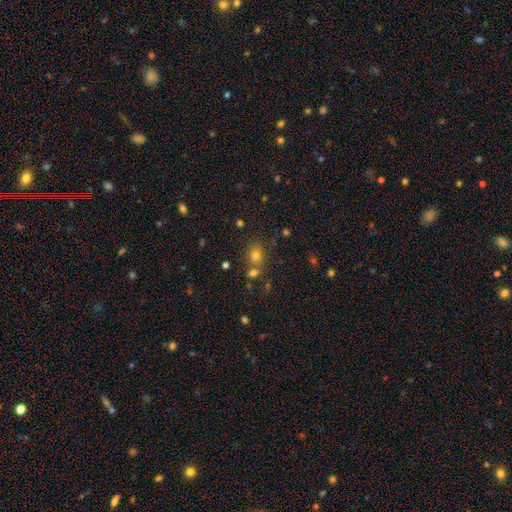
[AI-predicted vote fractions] smooth 69%, star or artifact 22%, featured or disk 9%. Down the decision tree: how rounded — round (68%); merging — none (66%).